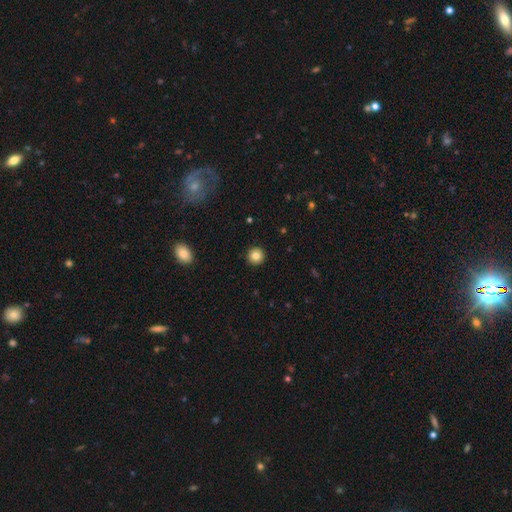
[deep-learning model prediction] Q: Smooth or featured?
A: smooth (84%); runner-up: star or artifact (10%)
Q: How rounded?
A: round (95%); runner-up: in between (4%)
Q: Merging?
A: none (93%); runner-up: minor disturbance (4%)